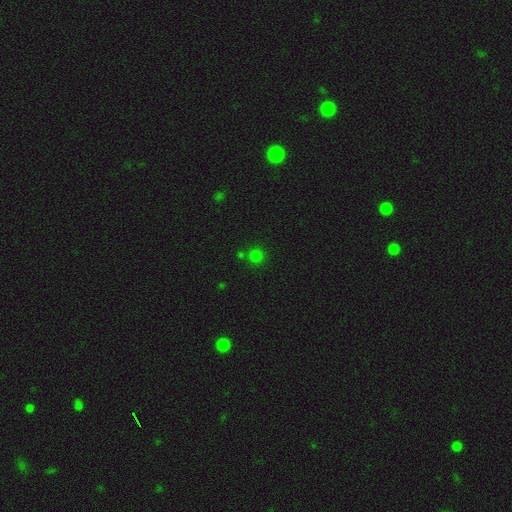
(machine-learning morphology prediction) Smooth or featured? Predicted: smooth (p=0.72). How rounded? Predicted: round (p=0.93). Merging? Predicted: none (p=0.78).